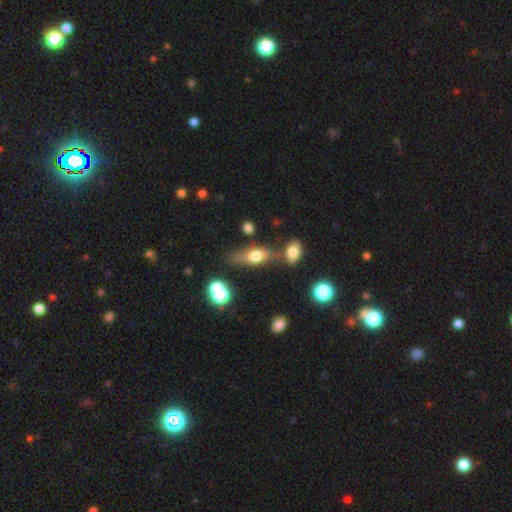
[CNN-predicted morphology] Smooth or featured: smooth — 63% (featured or disk — 25%)
How rounded: in between — 66% (cigar-shaped — 24%)
Merging: none — 50% (minor disturbance — 22%)